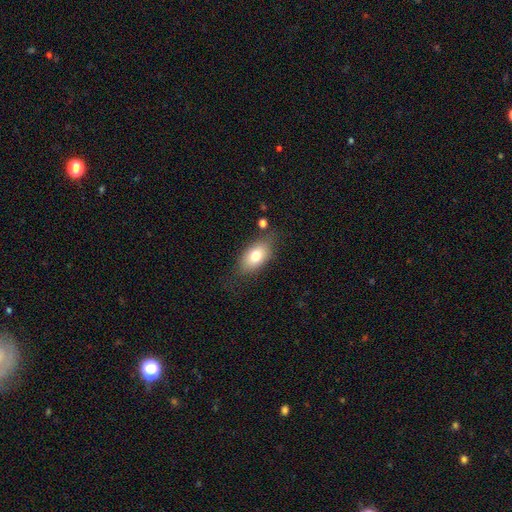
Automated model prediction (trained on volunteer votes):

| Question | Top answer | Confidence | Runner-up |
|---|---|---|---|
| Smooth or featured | smooth | 76% | featured or disk (16%) |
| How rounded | in between | 89% | round (8%) |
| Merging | none | 73% | minor disturbance (17%) |